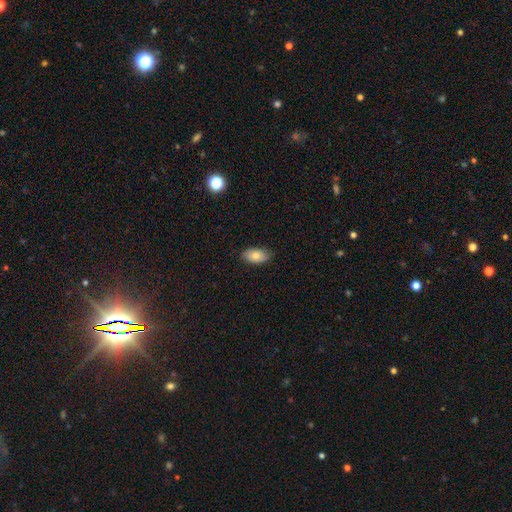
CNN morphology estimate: type=smooth (78%); roundness=in between (94%); merging=none (85%).